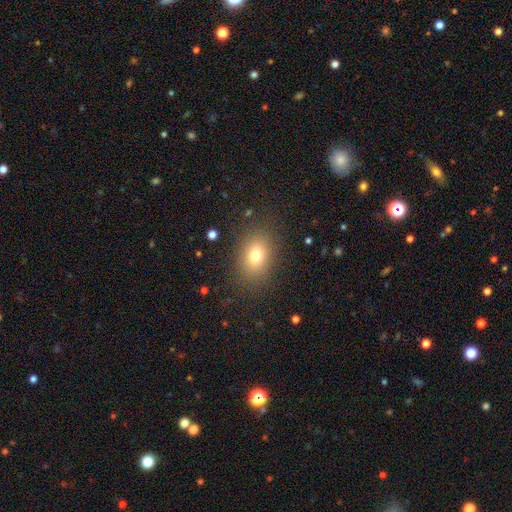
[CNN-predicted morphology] smooth_or_featured: smooth (p=0.75) [alt: star or artifact p=0.13]
how_rounded: in between (p=0.69) [alt: round p=0.29]
merging: none (p=0.84) [alt: minor disturbance p=0.10]